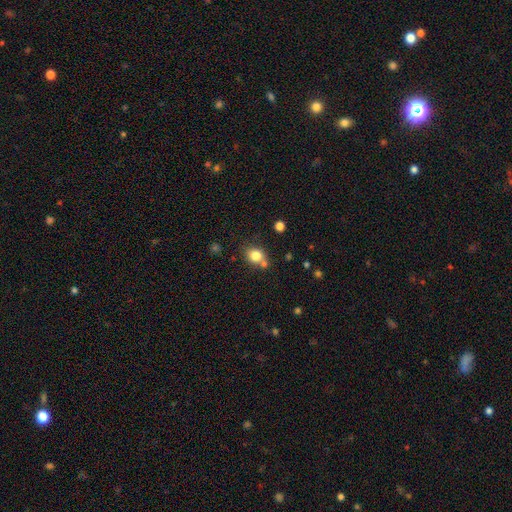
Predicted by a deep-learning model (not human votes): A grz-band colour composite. It shows a smooth galaxy with no disk features (80%) that is round (65%). Merging: none (62%).